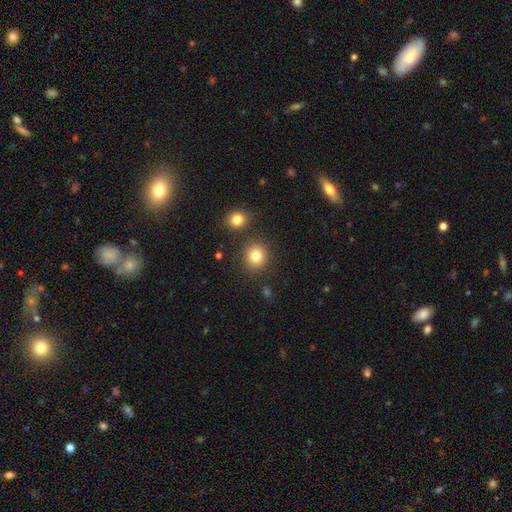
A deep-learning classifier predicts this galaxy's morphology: smooth-or-featured: smooth: 83% | star or artifact: 11% | featured or disk: 6%
  how-rounded: round: 84% | in between: 15% | cigar-shaped: 1%
  merging: none: 84% | minor disturbance: 7% | merger: 6% | major disturbance: 3%